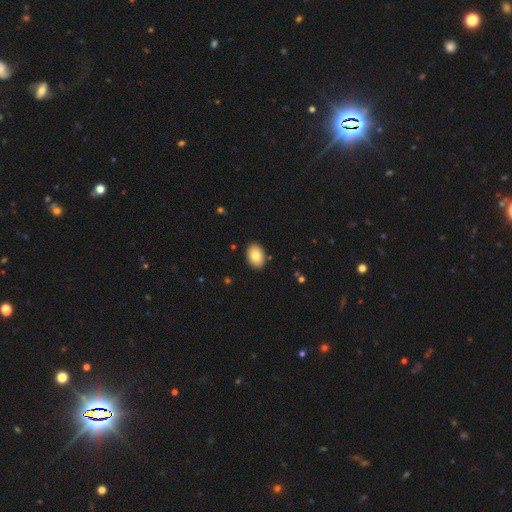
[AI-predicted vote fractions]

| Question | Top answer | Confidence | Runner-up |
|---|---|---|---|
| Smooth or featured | smooth | 82% | featured or disk (11%) |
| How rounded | in between | 84% | round (15%) |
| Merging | none | 89% | minor disturbance (8%) |